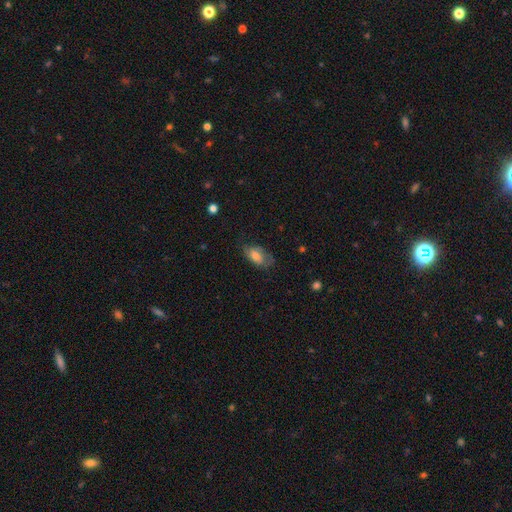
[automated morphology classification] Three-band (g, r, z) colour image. It shows a smooth galaxy with no disk features (66%) that is in between round and cigar-shaped (90%). Merging: none (56%).